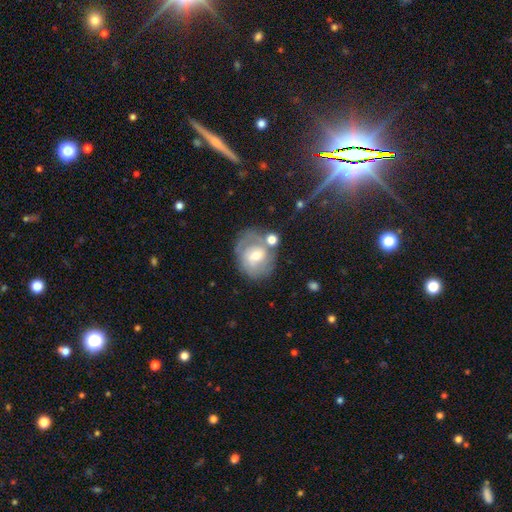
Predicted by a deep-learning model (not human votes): featured or disk 58%, smooth 33%, star or artifact 9%. Down the decision tree: edge-on disk — no (96%); bar — no (49%); spiral arms — yes (70%); bulge size — moderate (60%); merging — none (56%).